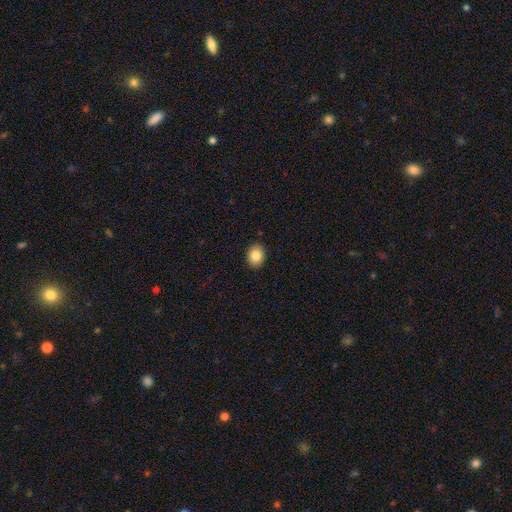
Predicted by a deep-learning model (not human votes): This appears to be a smooth galaxy with no disk features (85%) that is round (54%). Merging: none (90%).